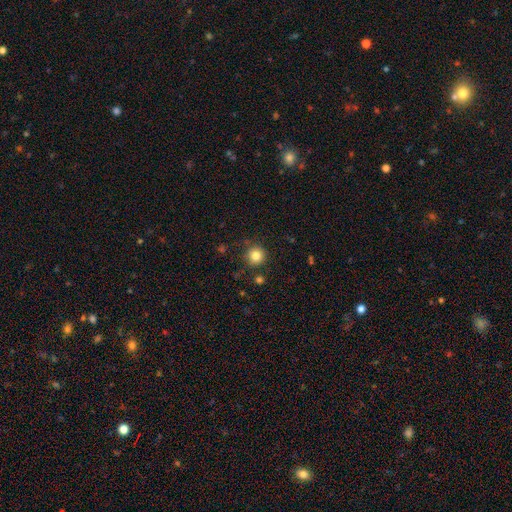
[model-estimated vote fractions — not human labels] Smooth or featured? smooth (83%)
How rounded? round (94%)
Merging? none (86%)